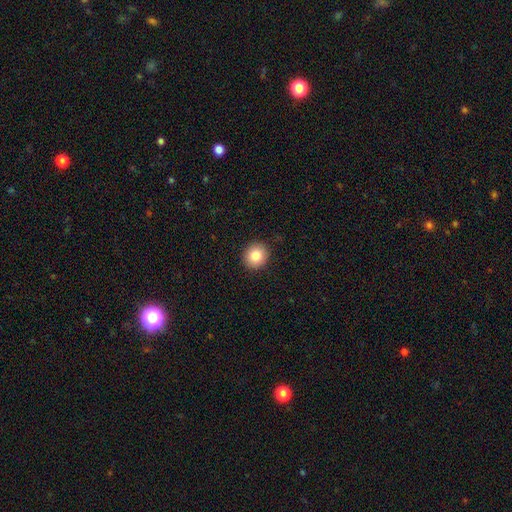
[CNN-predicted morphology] Overall: smooth (83%). How rounded: round (85%). Merging: none (91%).